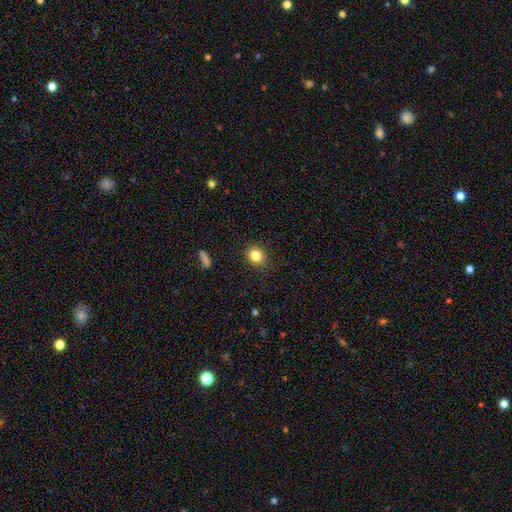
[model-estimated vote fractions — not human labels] smooth 82%, star or artifact 11%, featured or disk 7%. Down the decision tree: how rounded — round (75%); merging — none (87%).